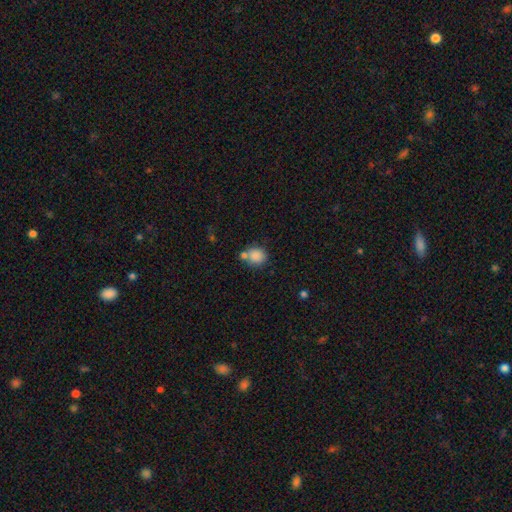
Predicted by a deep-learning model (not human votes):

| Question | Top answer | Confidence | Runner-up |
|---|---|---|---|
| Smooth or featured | smooth | 85% | star or artifact (9%) |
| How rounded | round | 76% | in between (23%) |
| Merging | none | 57% | merger (25%) |